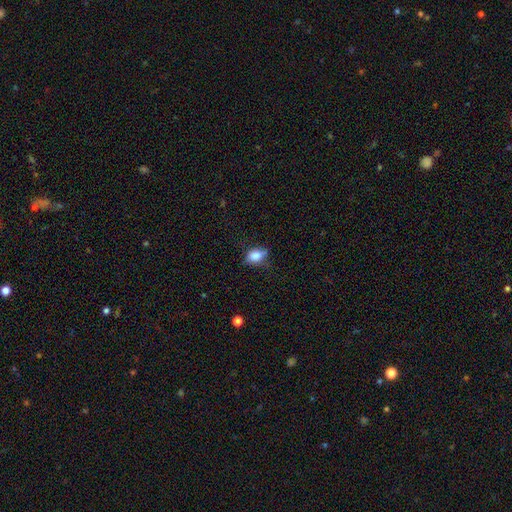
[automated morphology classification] Smooth or featured: smooth — 83% (featured or disk — 9%)
How rounded: in between — 78% (round — 20%)
Merging: none — 61% (minor disturbance — 30%)